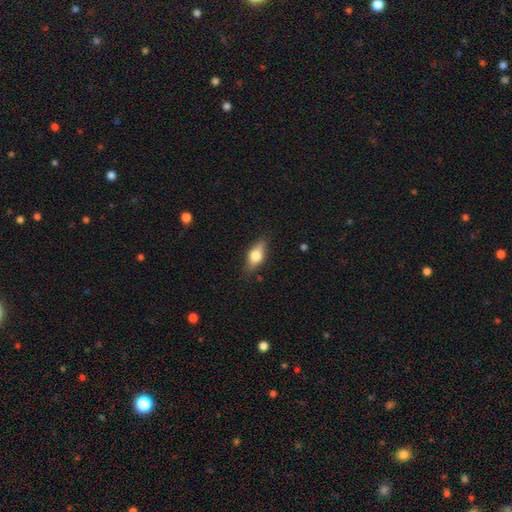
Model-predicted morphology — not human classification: smooth_or_featured: smooth (p=0.60) [alt: featured or disk p=0.32]
how_rounded: in between (p=0.75) [alt: cigar-shaped p=0.17]
merging: none (p=0.81) [alt: minor disturbance p=0.14]